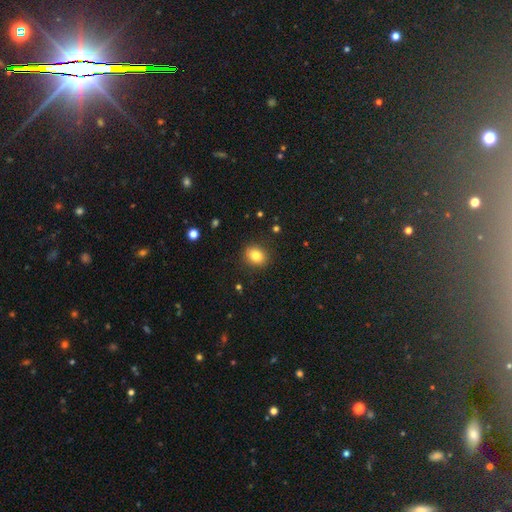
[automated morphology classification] A smooth galaxy with no disk features (83%) that is round (56%).

Vote fractions:
- Smooth or featured? smooth: 83% / star or artifact: 10% / featured or disk: 7%
- How rounded? round: 56% / in between: 43% / cigar-shaped: 1%
- Merging? none: 88% / minor disturbance: 8% / major disturbance: 2% / merger: 1%